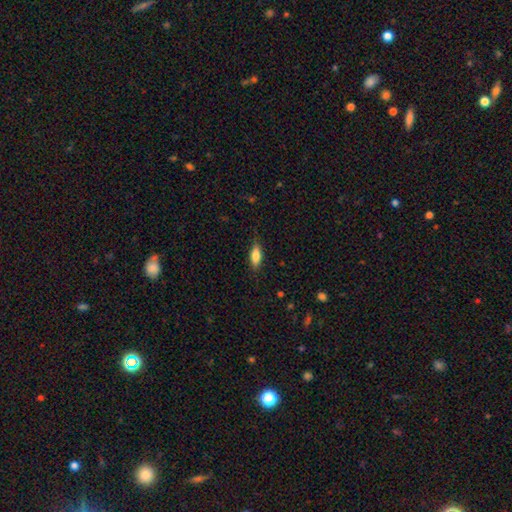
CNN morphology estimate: Overall: smooth (74%). How rounded: in between (67%; cigar-shaped 30%). Merging: none (82%).